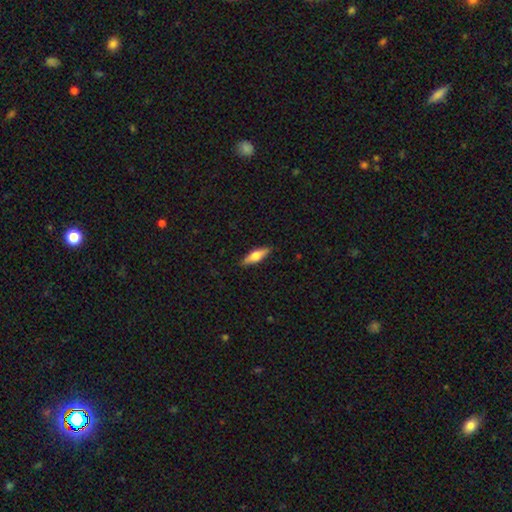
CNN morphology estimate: smooth-or-featured: smooth: 50% | featured or disk: 44% | star or artifact: 6%
  how-rounded: cigar-shaped: 54% | in between: 43% | round: 3%
  merging: none: 88% | minor disturbance: 9% | major disturbance: 2% | merger: 1%